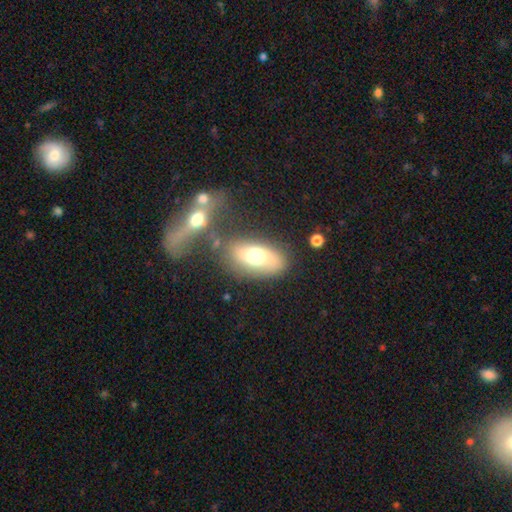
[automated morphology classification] Smooth or featured? Predicted: smooth (p=0.65). How rounded? Predicted: in between (p=0.85). Merging? Predicted: none (p=0.73).